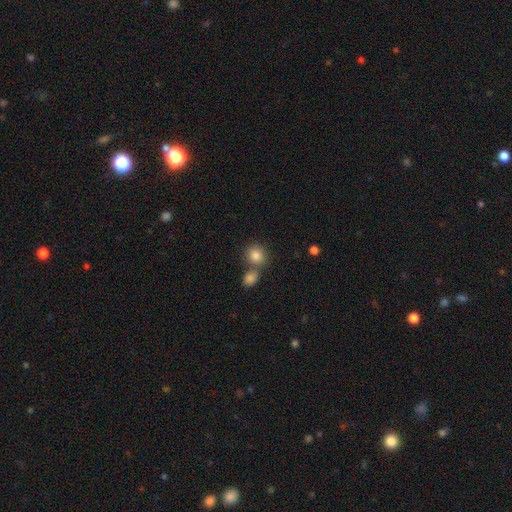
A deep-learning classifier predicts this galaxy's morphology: Smooth or featured: smooth — 84% (star or artifact — 10%)
How rounded: round — 75% (in between — 24%)
Merging: none — 55% (merger — 33%)